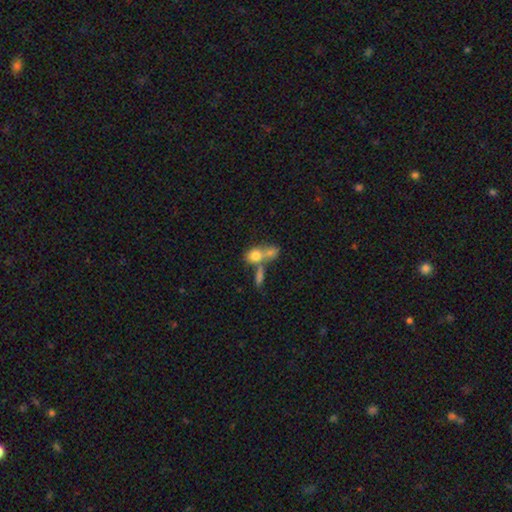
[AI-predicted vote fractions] Smooth or featured? smooth (74%)
How rounded? in between (52%)
Merging? merger (58%)